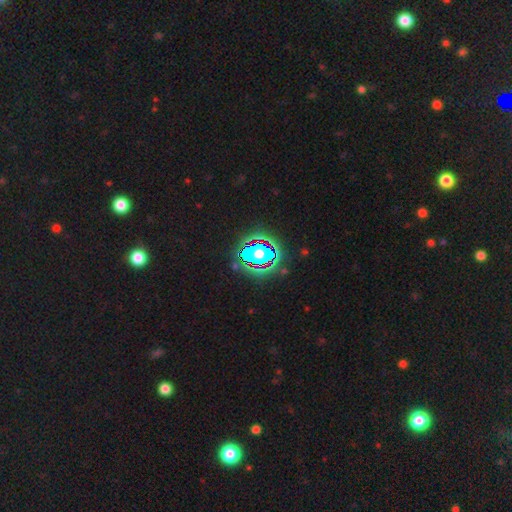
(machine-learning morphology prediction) Overall: star or artifact (51%; smooth 26%).